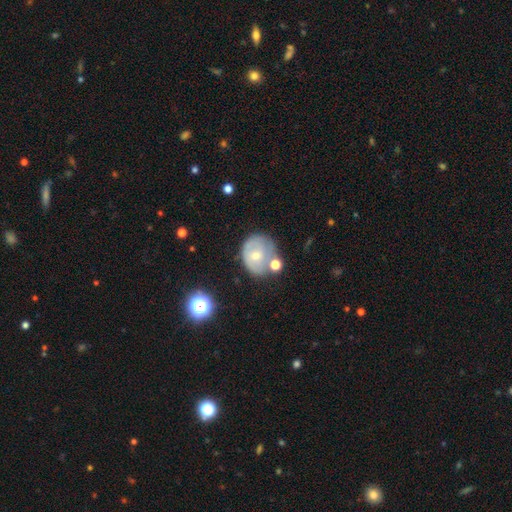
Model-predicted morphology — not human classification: Smooth or featured? smooth (55%)
How rounded? round (65%)
Merging? none (46%)